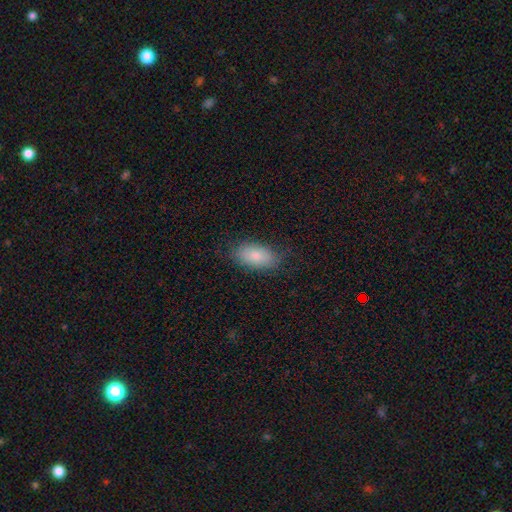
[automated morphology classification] A smooth galaxy with no disk features (84%) that is in between round and cigar-shaped (93%). Merging: none (80%).